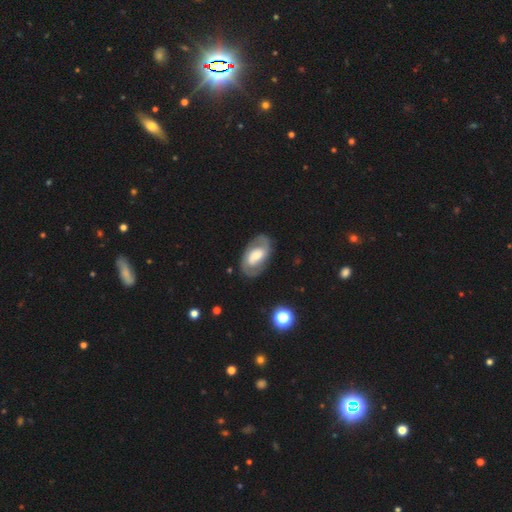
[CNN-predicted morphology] This is likely a featured or disk galaxy (75%). It is clearly not viewed edge-on (96%). Bar: marginally weak (44%). Spiral arm pattern: clearly yes (86%). Spiral arm count: clearly 2 (85%). Spiral winding: possibly medium (46%). Central bulge: marginally moderate (36%). Merging: likely none (80%).